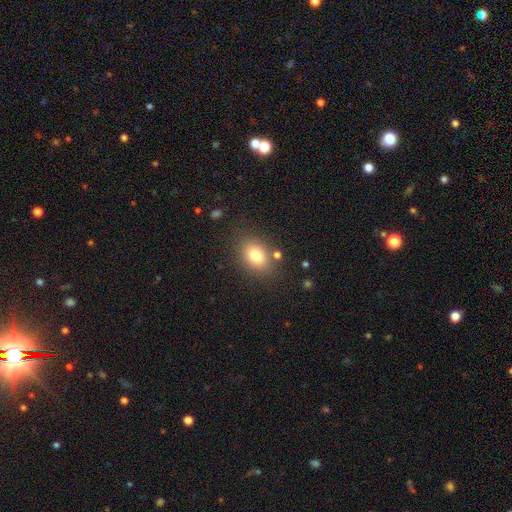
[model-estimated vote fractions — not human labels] A smooth galaxy with no disk features (78%) that is in between round and cigar-shaped (69%).

Vote fractions:
- Smooth or featured? smooth: 78% / star or artifact: 11% / featured or disk: 11%
- How rounded? in between: 69% / round: 30% / cigar-shaped: 1%
- Merging? none: 79% / minor disturbance: 12% / merger: 5% / major disturbance: 4%